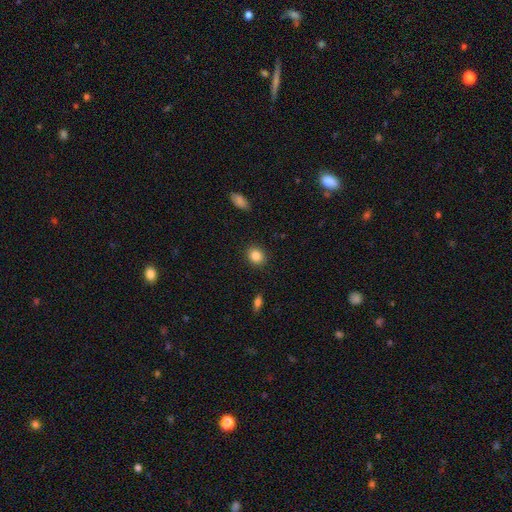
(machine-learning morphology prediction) Overall: smooth (86%). How rounded: round (63%; in between 36%). Merging: none (89%).